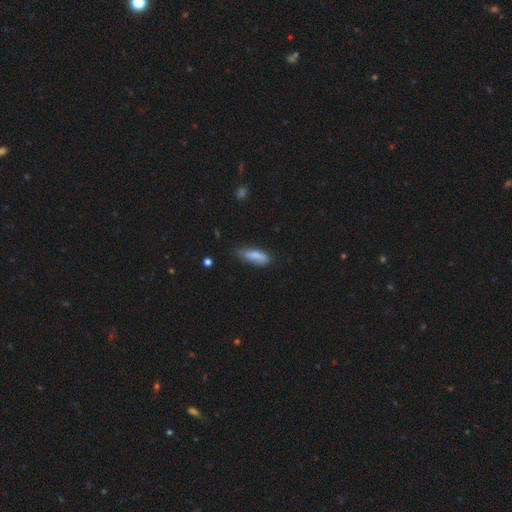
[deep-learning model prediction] This is likely a smooth galaxy (78%). How rounded: likely in between (63%). Merging: possibly none (53%).